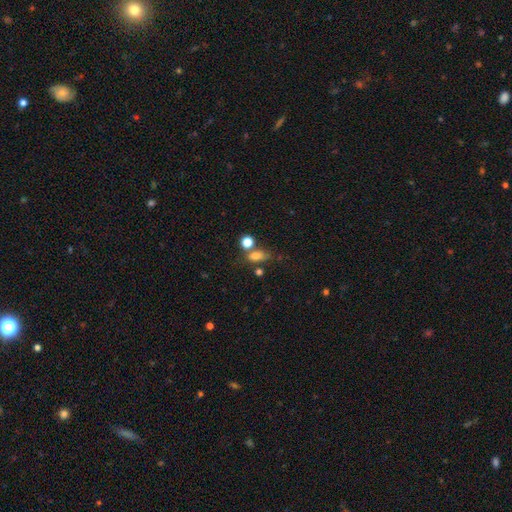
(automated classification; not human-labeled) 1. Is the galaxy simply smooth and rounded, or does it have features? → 74% smooth, 16% star or artifact, 10% featured or disk.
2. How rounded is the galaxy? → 72% in between, 22% round, 6% cigar-shaped.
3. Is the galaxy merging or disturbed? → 54% none, 22% merger, 16% minor disturbance, 8% major disturbance.